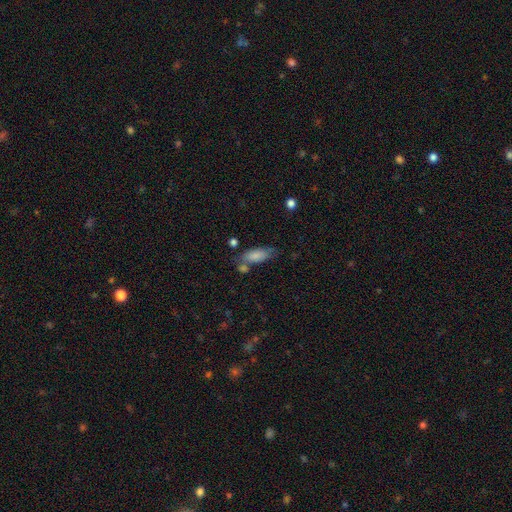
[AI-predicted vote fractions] Smooth or featured?
  - smooth: 82% *
  - featured or disk: 11%
  - star or artifact: 7%
How rounded?
  - in between: 79% *
  - cigar-shaped: 18%
  - round: 3%
Merging?
  - none: 55% *
  - minor disturbance: 21%
  - merger: 17%
  - major disturbance: 7%